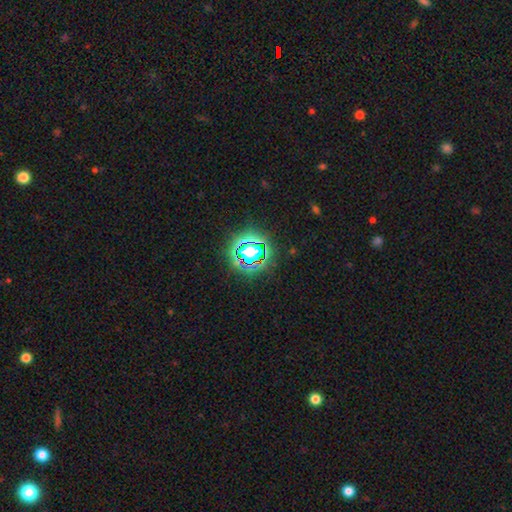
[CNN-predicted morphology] type=star or artifact (64%).